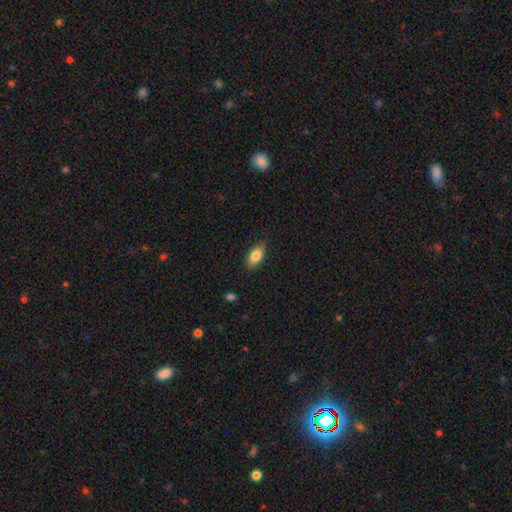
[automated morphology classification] This appears to be a smooth galaxy with no disk features (81%) that is in between round and cigar-shaped (90%). Merging: none (86%).